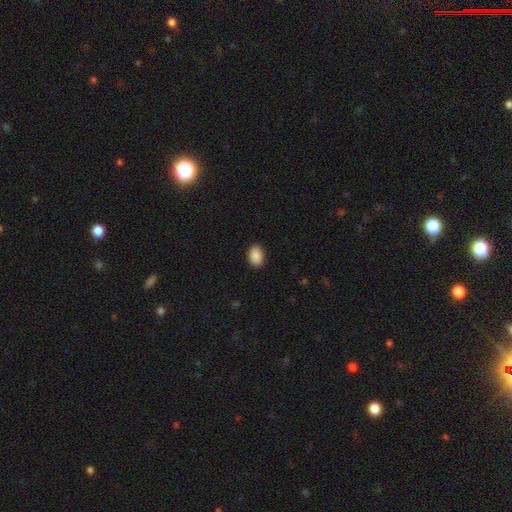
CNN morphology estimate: Smooth or featured?
  - smooth: 90% *
  - star or artifact: 7%
  - featured or disk: 3%
How rounded?
  - in between: 85% *
  - round: 14%
  - cigar-shaped: 1%
Merging?
  - none: 90% *
  - minor disturbance: 8%
  - major disturbance: 2%
  - merger: 1%